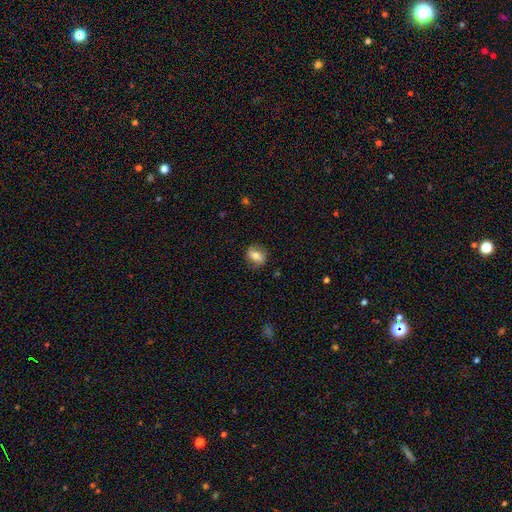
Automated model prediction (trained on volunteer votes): Morphology: type=smooth (68%); roundness=in between (60%); merging=none (81%).